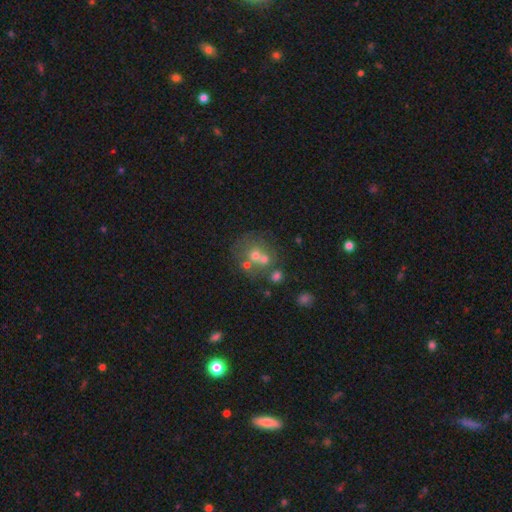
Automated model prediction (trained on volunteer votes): Q: Smooth or featured?
A: smooth (51%); runner-up: featured or disk (33%)
Q: How rounded?
A: round (78%); runner-up: in between (21%)
Q: Merging?
A: merger (44%); runner-up: none (39%)